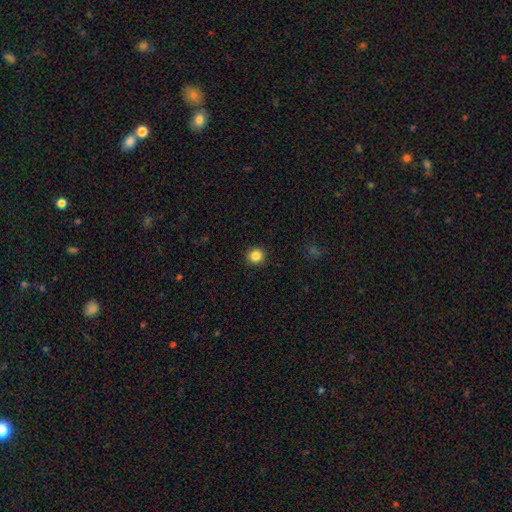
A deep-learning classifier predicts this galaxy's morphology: This appears to be a smooth galaxy with no disk features (85%) that is round (95%). Merging: none (93%).